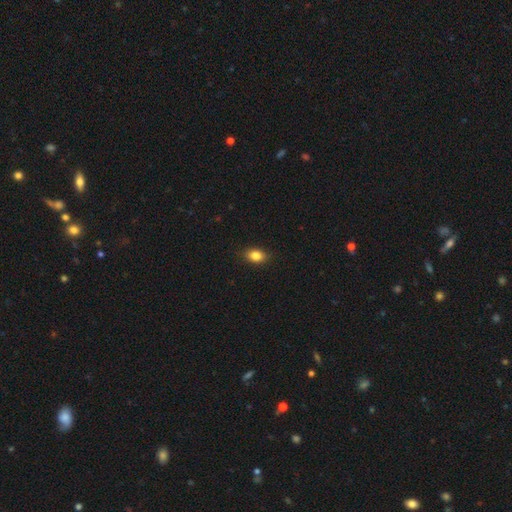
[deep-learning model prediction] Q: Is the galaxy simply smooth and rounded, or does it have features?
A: smooth — 85%.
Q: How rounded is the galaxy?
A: in between — 77%.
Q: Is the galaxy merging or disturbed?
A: none — 88%.